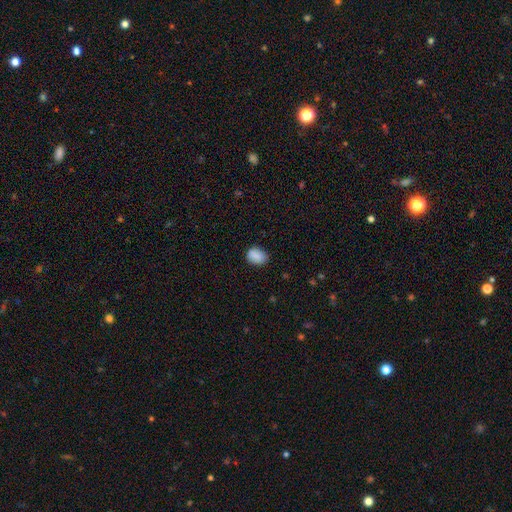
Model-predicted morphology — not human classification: A smooth galaxy with no disk features (88%) that is in between round and cigar-shaped (68%). Merging: none (78%).